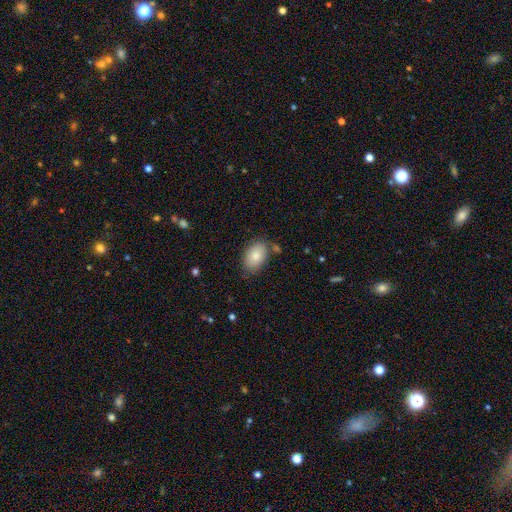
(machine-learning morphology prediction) Smooth or featured? Predicted: smooth (p=0.83). How rounded? Predicted: in between (p=0.90). Merging? Predicted: none (p=0.76).